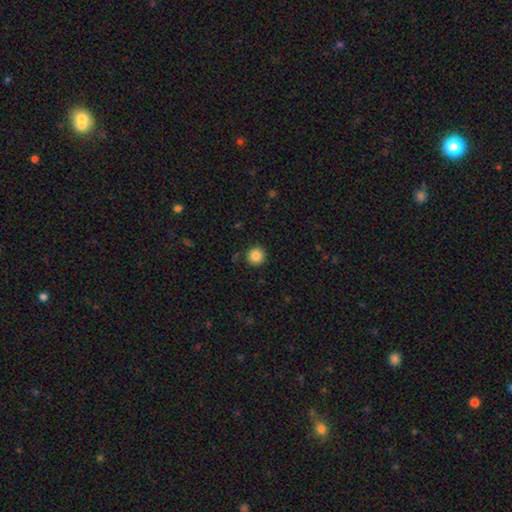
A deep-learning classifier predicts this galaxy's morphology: A smooth galaxy with no disk features (86%) that is round (95%). Merging: none (90%).